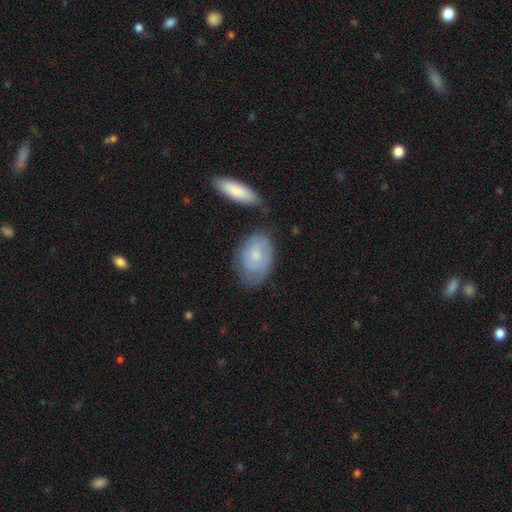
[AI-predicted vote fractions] Smooth or featured? Predicted: smooth (p=0.50). How rounded? Predicted: in between (p=0.85). Merging? Predicted: none (p=0.58).